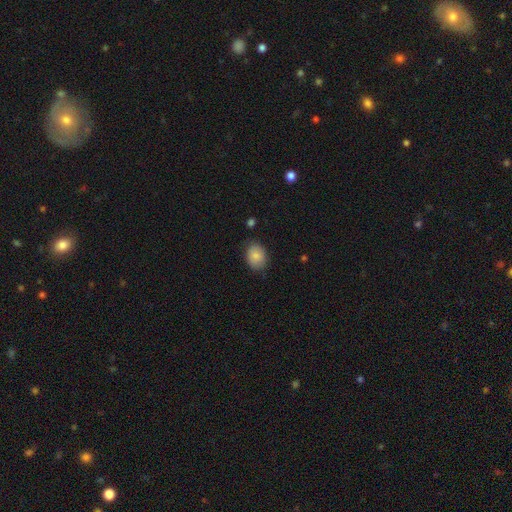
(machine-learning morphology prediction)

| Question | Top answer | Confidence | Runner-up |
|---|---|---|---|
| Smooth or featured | smooth | 85% | star or artifact (7%) |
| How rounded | in between | 67% | round (32%) |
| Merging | none | 80% | minor disturbance (15%) |